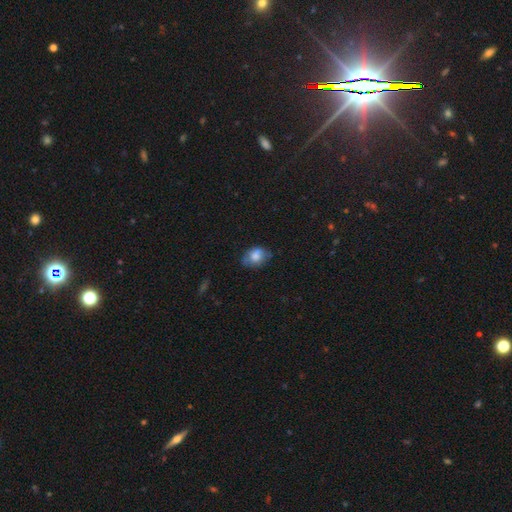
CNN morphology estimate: smooth_or_featured: smooth (p=0.72) [alt: featured or disk p=0.19]
how_rounded: in between (p=0.64) [alt: round p=0.35]
merging: none (p=0.56) [alt: minor disturbance p=0.32]